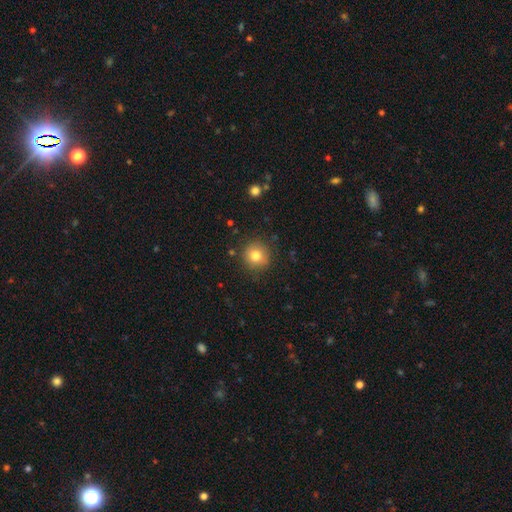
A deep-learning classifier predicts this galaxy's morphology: Overall: smooth (79%). How rounded: round (93%). Merging: none (88%).